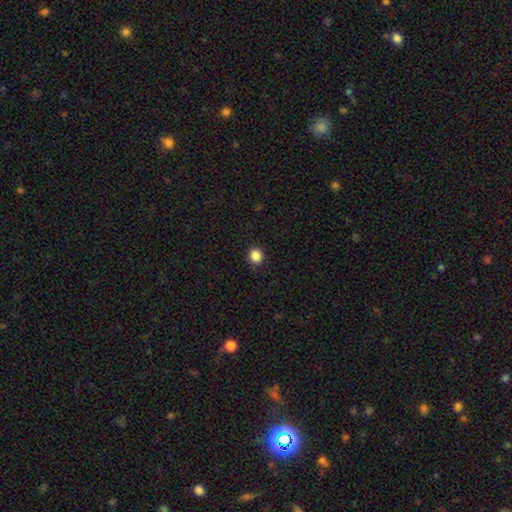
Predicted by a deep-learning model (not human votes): smooth_or_featured: smooth (p=0.86) [alt: star or artifact p=0.11]
how_rounded: round (p=0.85) [alt: in between p=0.14]
merging: none (p=0.91) [alt: minor disturbance p=0.06]